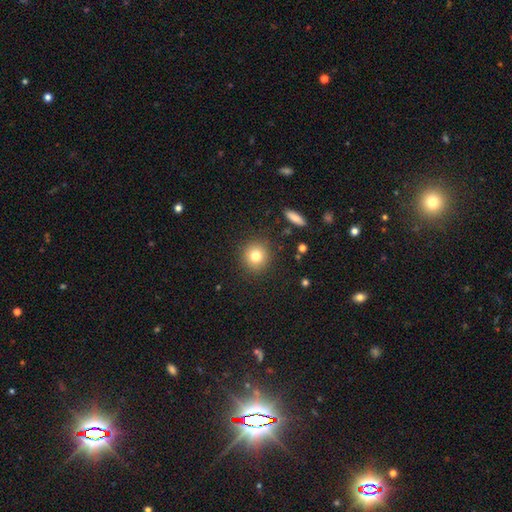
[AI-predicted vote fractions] Smooth or featured?
  - smooth: 79% *
  - star or artifact: 11%
  - featured or disk: 10%
How rounded?
  - round: 90% *
  - in between: 9%
  - cigar-shaped: 1%
Merging?
  - none: 89% *
  - minor disturbance: 7%
  - major disturbance: 3%
  - merger: 1%